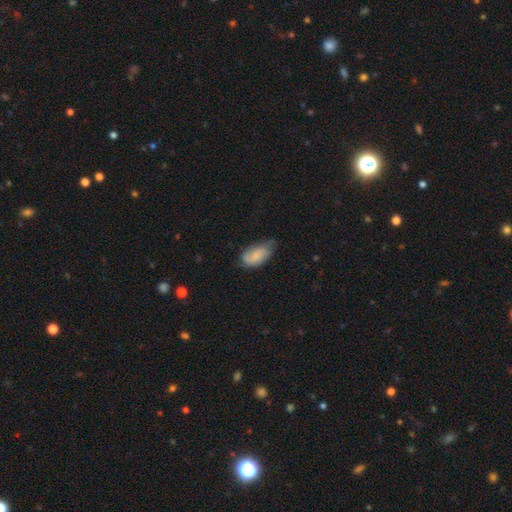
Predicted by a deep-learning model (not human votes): A smooth galaxy with no disk features (75%) that is in between round and cigar-shaped (93%). Merging: none (48%).